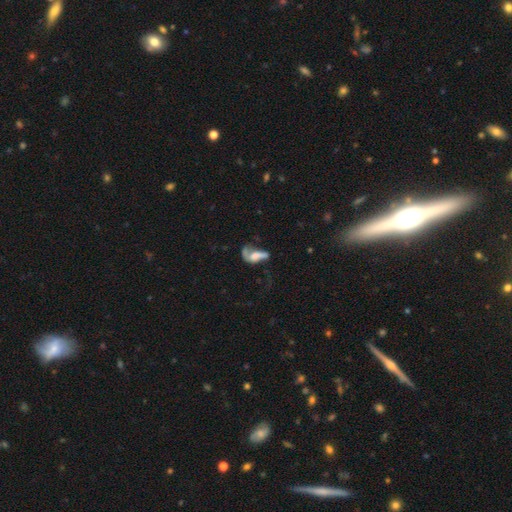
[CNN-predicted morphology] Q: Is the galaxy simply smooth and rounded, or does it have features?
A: featured or disk — 55%.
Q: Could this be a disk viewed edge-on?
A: no — 91%.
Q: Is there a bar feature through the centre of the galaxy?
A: no — 64%.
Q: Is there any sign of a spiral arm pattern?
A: yes — 64%.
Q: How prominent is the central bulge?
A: none — 35%.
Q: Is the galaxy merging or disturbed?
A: major disturbance — 41%.